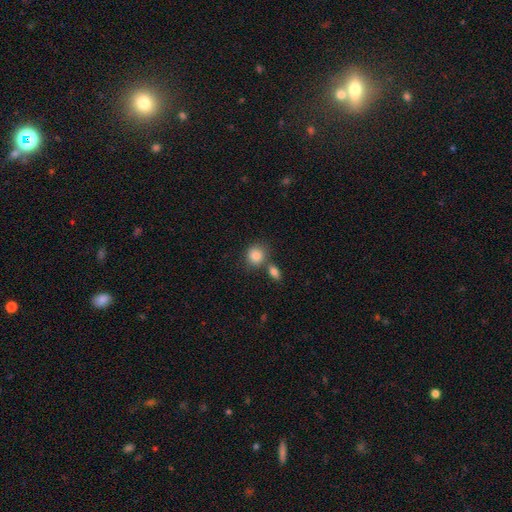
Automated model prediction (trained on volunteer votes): This appears to be a smooth galaxy with no disk features (85%) that is round (76%). Merging: none (61%).